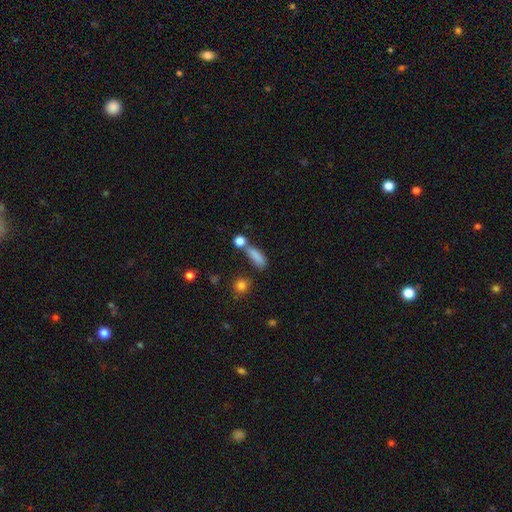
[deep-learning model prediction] Q: Smooth or featured?
A: smooth (81%); runner-up: star or artifact (11%)
Q: How rounded?
A: in between (50%); runner-up: cigar-shaped (43%)
Q: Merging?
A: none (55%); runner-up: merger (22%)